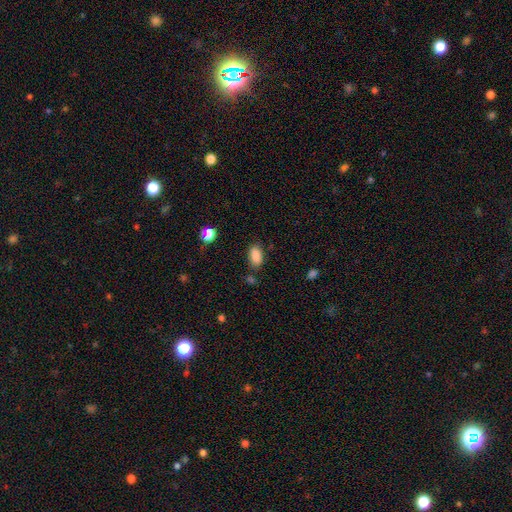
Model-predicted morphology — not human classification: smooth-or-featured: smooth: 87% | star or artifact: 9% | featured or disk: 4%
  how-rounded: in between: 91% | round: 5% | cigar-shaped: 4%
  merging: none: 78% | minor disturbance: 13% | merger: 5% | major disturbance: 4%